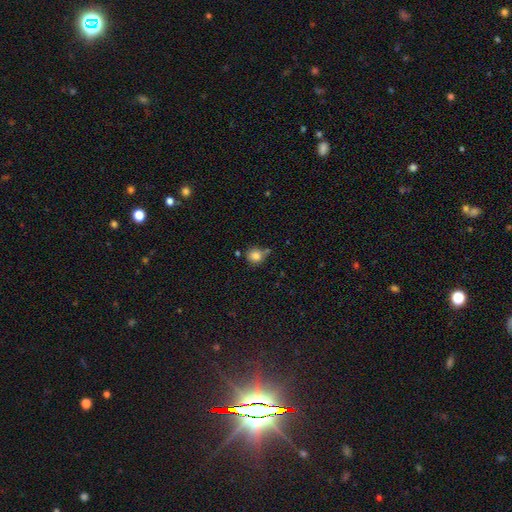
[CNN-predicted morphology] This appears to be a smooth galaxy with no disk features (83%) that is round (88%). Merging: none (65%).